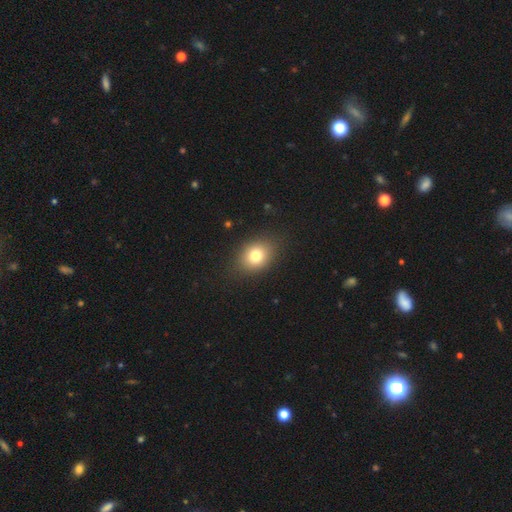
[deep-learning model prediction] Overall: smooth (78%). How rounded: in between (55%; round 44%). Merging: none (87%).